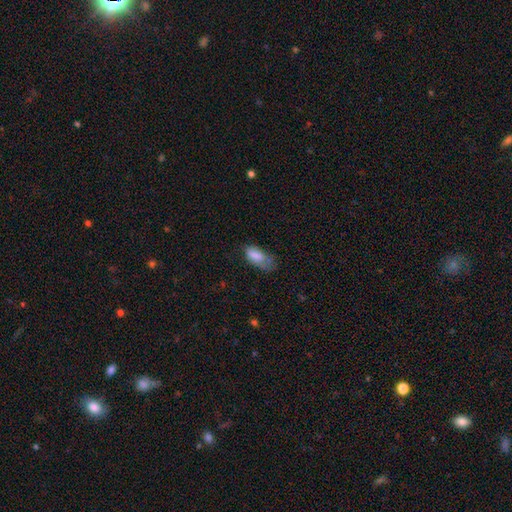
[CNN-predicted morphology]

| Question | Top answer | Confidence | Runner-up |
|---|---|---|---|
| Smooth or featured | smooth | 80% | featured or disk (12%) |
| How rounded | in between | 89% | cigar-shaped (8%) |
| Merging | minor disturbance | 38% | none (31%) |